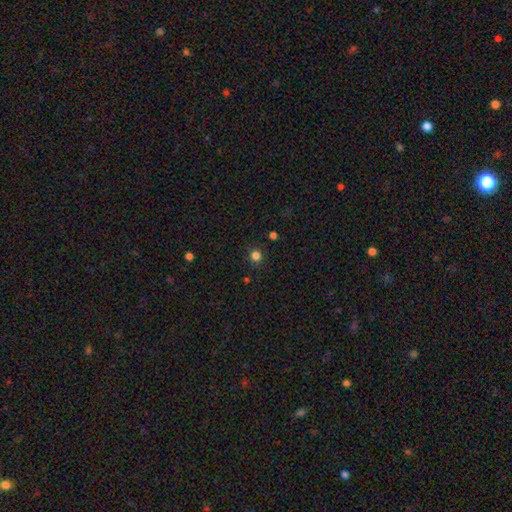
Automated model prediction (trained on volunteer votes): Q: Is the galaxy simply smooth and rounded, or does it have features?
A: smooth — 80%.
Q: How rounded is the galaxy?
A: round — 91%.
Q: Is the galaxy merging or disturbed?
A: none — 90%.